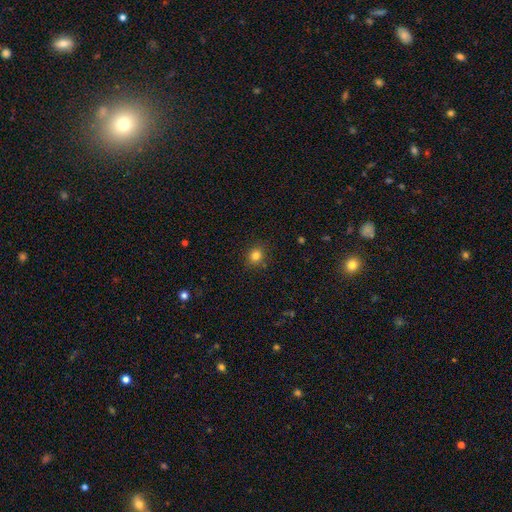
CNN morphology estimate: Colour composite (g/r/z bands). It shows a smooth galaxy with no disk features (82%) that is round (83%). Merging: none (87%).